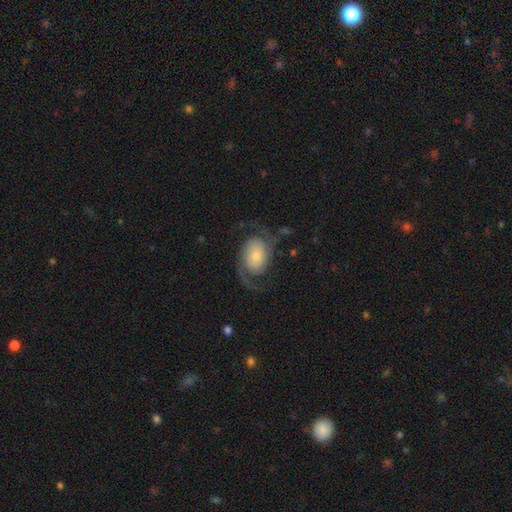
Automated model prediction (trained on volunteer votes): Smooth or featured?
  - featured or disk: 79% *
  - smooth: 15%
  - star or artifact: 6%
Edge-on disk?
  - no: 97% *
  - yes: 3%
Bar?
  - no: 71% *
  - weak: 22%
  - strong: 7%
Spiral arms?
  - yes: 96% *
  - no: 4%
Spiral winding?
  - medium: 43% *
  - loose: 42%
  - tight: 15%
Spiral arm count?
  - 2: 91% *
  - 1: 3%
  - can't tell: 2%
  - 3: 2%
  - 4: 1%
  - more than 4: 1%
Bulge size?
  - small: 44% *
  - moderate: 18%
  - large: 15%
  - dominant: 13%
  - none: 10%
Merging?
  - none: 65% *
  - major disturbance: 17%
  - minor disturbance: 16%
  - merger: 2%